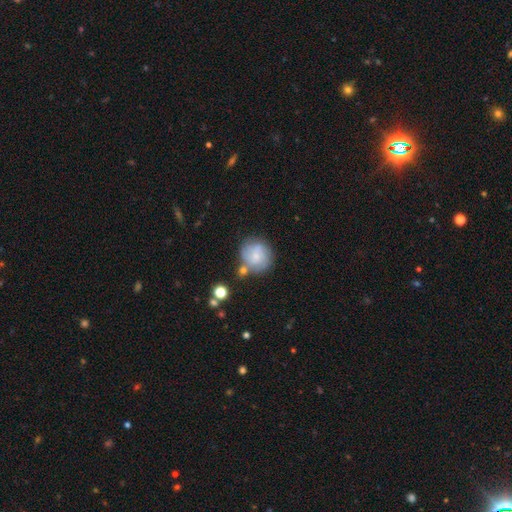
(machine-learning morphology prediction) Smooth or featured: smooth — 53% (featured or disk — 39%)
How rounded: round — 87% (in between — 12%)
Merging: none — 58% (minor disturbance — 19%)